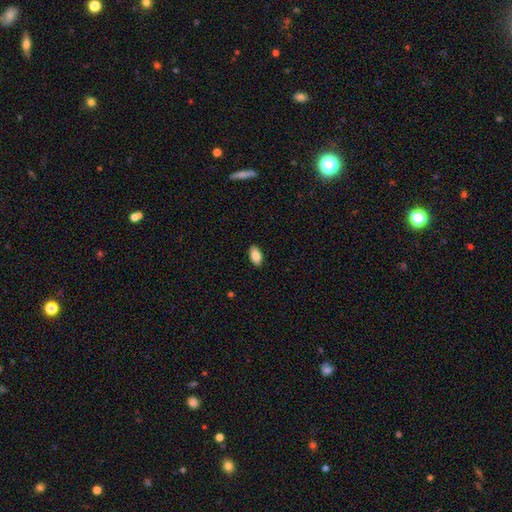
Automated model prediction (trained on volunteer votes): Morphology: type=smooth (87%); roundness=in between (94%); merging=none (89%).